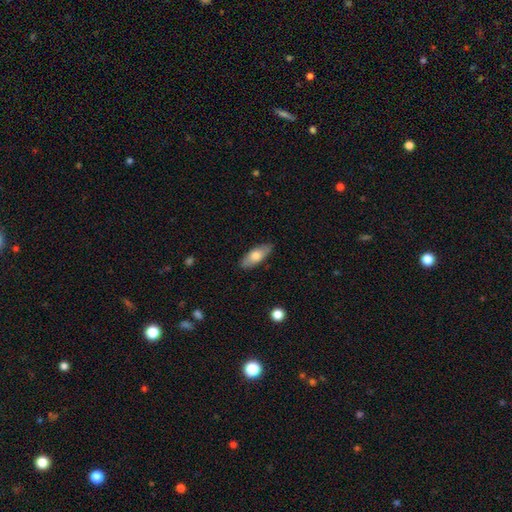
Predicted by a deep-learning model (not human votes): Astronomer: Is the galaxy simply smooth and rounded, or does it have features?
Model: smooth — 69%.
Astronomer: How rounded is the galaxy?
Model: in between — 78%.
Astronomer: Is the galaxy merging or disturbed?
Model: none — 83%.